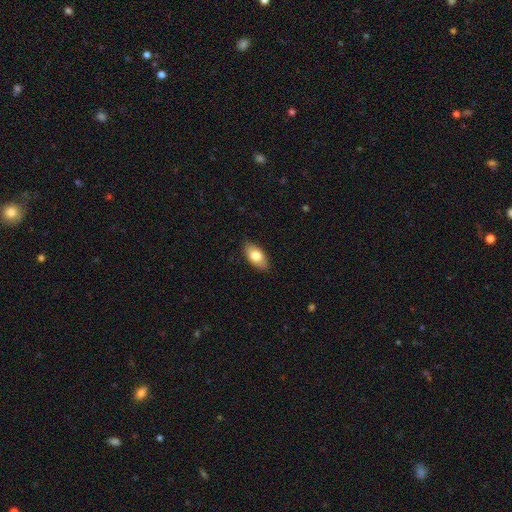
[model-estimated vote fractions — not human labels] Q: Smooth or featured?
A: smooth (77%); runner-up: featured or disk (16%)
Q: How rounded?
A: in between (91%); runner-up: cigar-shaped (5%)
Q: Merging?
A: none (86%); runner-up: minor disturbance (11%)